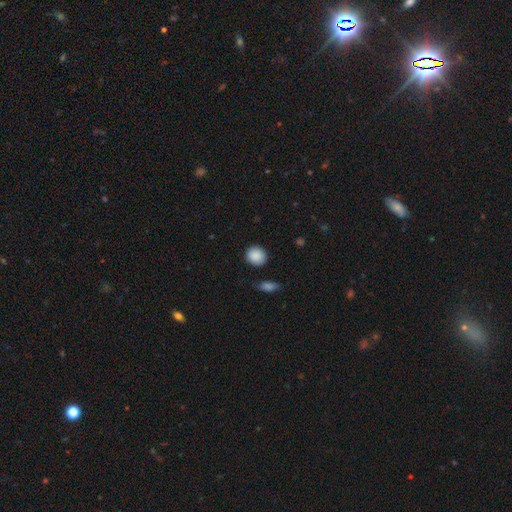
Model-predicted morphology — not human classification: Overall: smooth (89%). How rounded: round (80%). Merging: none (86%).